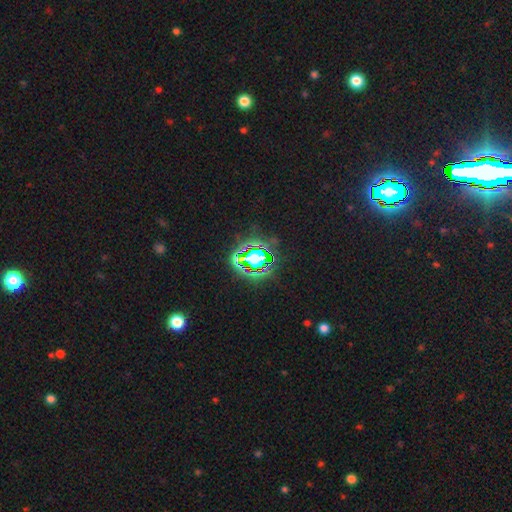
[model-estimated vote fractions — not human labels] Smooth or featured? star or artifact (66%)